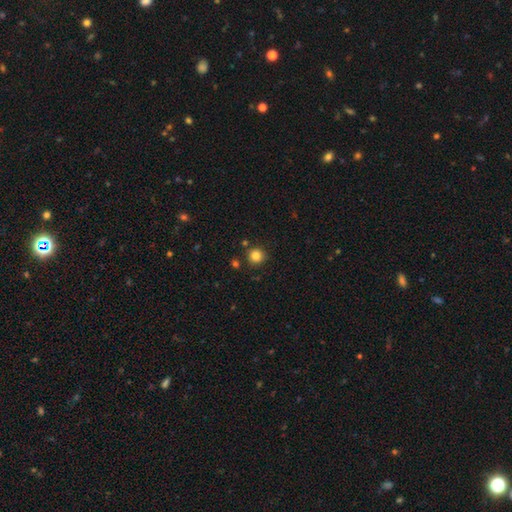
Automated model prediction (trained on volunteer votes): Smooth or featured? smooth (83%)
How rounded? round (93%)
Merging? none (86%)